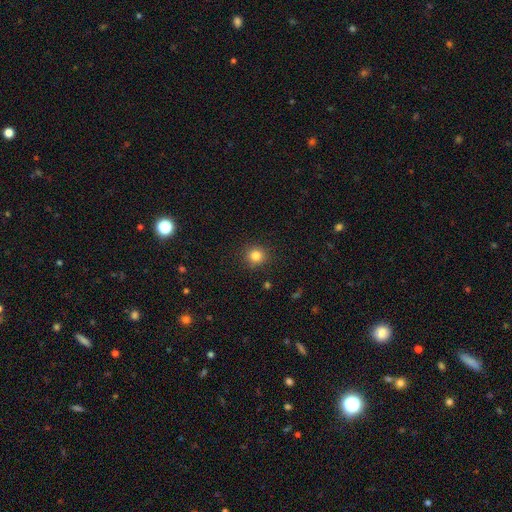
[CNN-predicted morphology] The model was most divided on "smooth or featured": smooth: 83%, star or artifact: 12%, featured or disk: 5%. More confident: how rounded — round (92%); merging — none (91%).